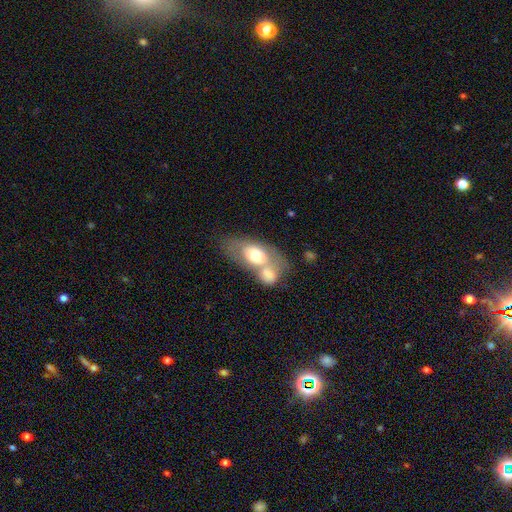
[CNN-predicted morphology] This is likely a smooth galaxy (60%). How rounded: clearly in between (86%). Merging: possibly merger (57%).